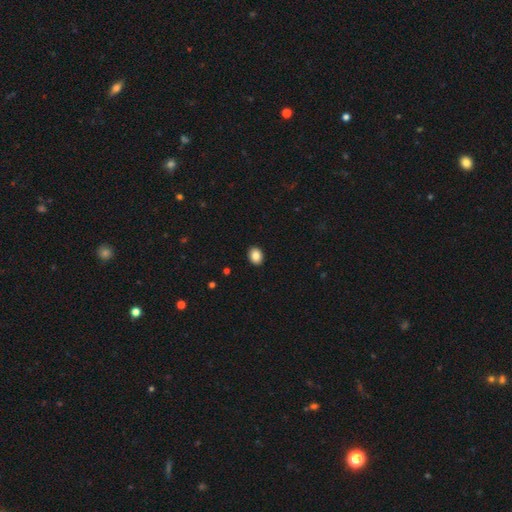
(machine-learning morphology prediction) Smooth or featured? Predicted: smooth (p=0.87). How rounded? Predicted: in between (p=0.61). Merging? Predicted: none (p=0.92).